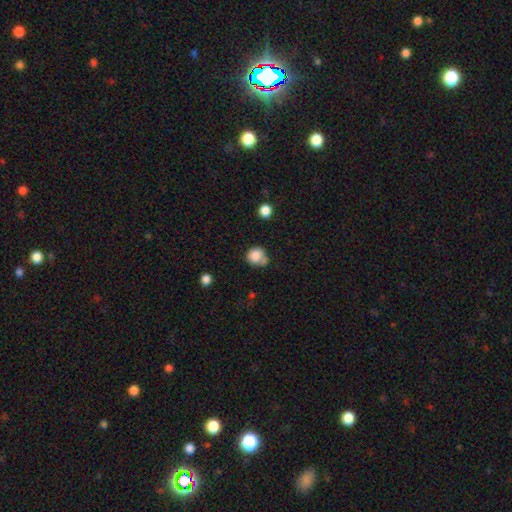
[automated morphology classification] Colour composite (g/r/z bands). It shows a smooth galaxy with no disk features (82%) that is round (78%). Merging: none (49%).